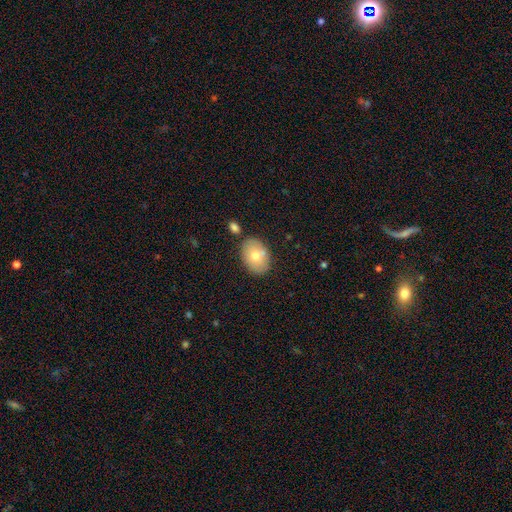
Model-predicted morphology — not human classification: This is likely a smooth galaxy (73%). How rounded: likely in between (78%). Merging: likely none (75%).